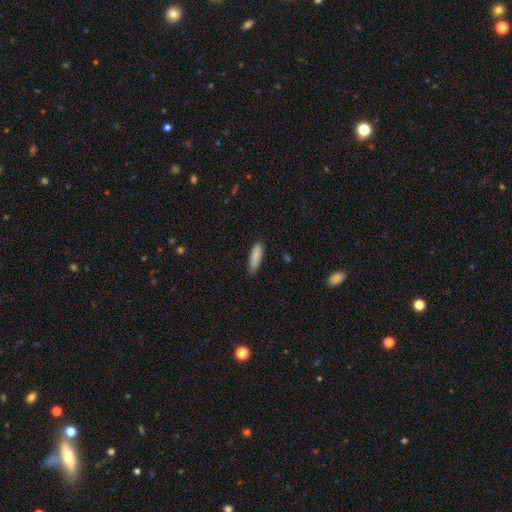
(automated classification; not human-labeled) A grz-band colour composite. It shows a smooth galaxy with no disk features (87%) that is in between round and cigar-shaped (51%). Merging: none (75%).